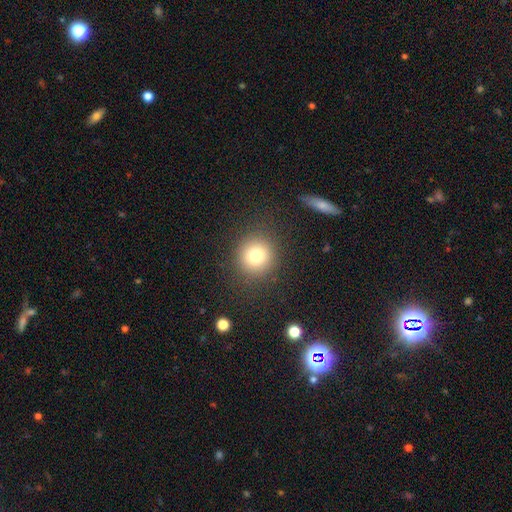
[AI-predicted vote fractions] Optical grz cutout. It shows a smooth galaxy with no disk features (79%) that is round (92%). Merging: none (88%).